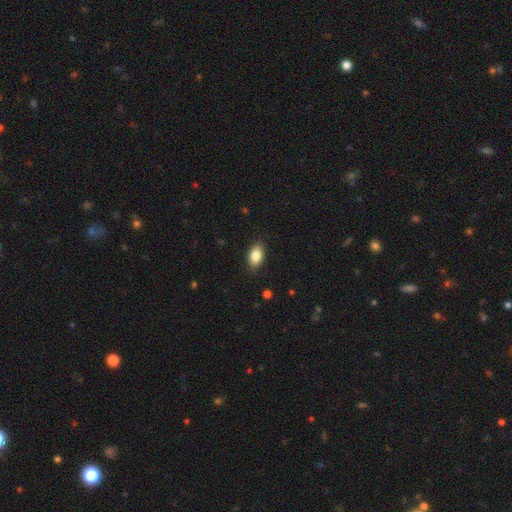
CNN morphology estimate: Smooth or featured? smooth (84%)
How rounded? in between (91%)
Merging? none (86%)